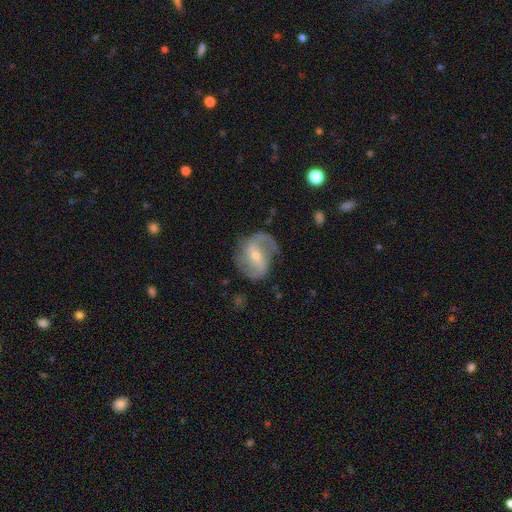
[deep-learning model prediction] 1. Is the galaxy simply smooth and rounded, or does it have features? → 86% featured or disk, 8% smooth, 6% star or artifact.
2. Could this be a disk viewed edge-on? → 97% no, 3% yes.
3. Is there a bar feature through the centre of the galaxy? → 42% weak, 33% strong, 25% no.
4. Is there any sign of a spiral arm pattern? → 95% yes, 5% no.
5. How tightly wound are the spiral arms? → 51% medium, 28% loose, 22% tight.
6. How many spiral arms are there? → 86% 2, 5% can't tell, 4% 3, 3% 1, 1% 4, 1% more than 4.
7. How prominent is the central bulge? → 55% small, 42% moderate, 1% large, 1% none, 1% dominant.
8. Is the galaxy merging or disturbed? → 73% none, 17% minor disturbance, 8% major disturbance, 2% merger.